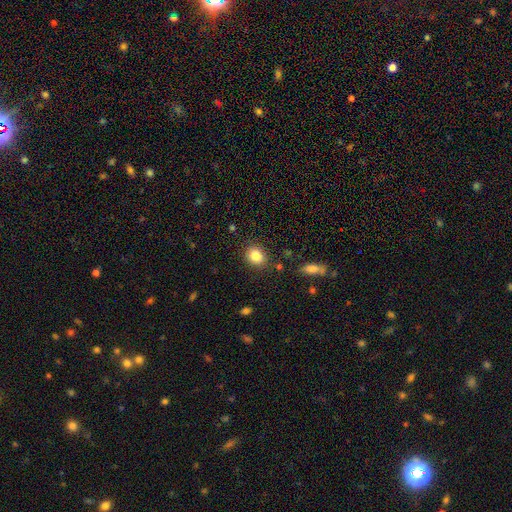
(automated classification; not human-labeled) Overall: smooth (85%). How rounded: round (54%; in between 45%). Merging: none (84%).